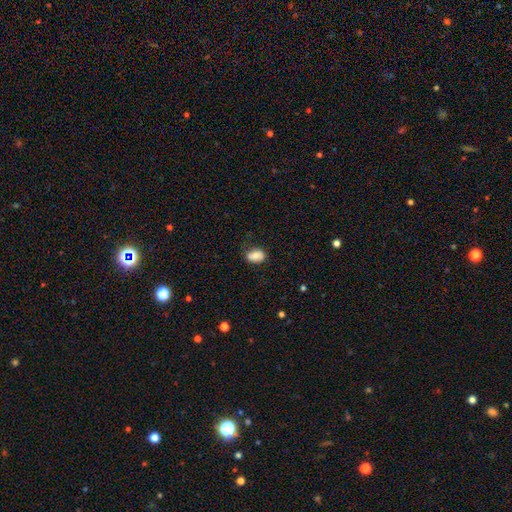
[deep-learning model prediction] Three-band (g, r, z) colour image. It shows a smooth galaxy with no disk features (78%) that is in between round and cigar-shaped (82%). Merging: none (62%).